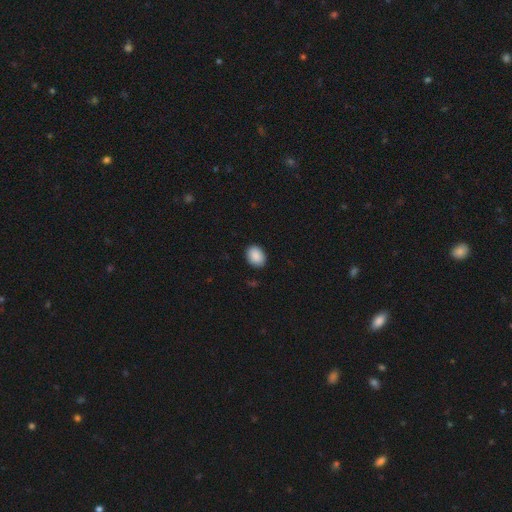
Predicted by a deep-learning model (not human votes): Smooth or featured: smooth — 90% (star or artifact — 7%)
How rounded: in between — 71% (round — 28%)
Merging: none — 88% (minor disturbance — 9%)